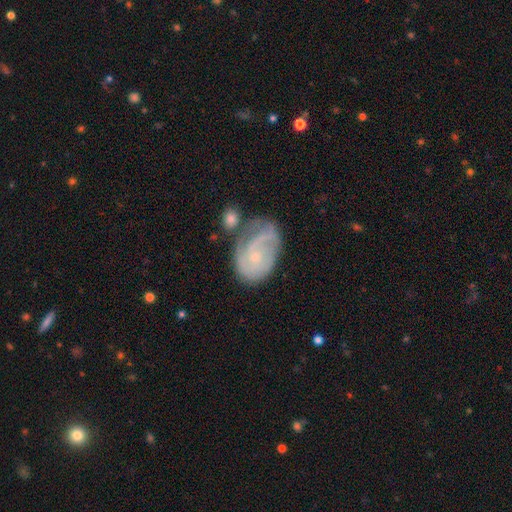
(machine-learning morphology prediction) Q: Smooth or featured?
A: featured or disk (73%); runner-up: smooth (20%)
Q: Edge-on disk?
A: no (97%); runner-up: yes (3%)
Q: Bar?
A: no (72%); runner-up: weak (24%)
Q: Spiral arms?
A: yes (87%); runner-up: no (13%)
Q: Spiral winding?
A: tight (48%); runner-up: medium (36%)
Q: Spiral arm count?
A: 2 (40%); runner-up: can't tell (32%)
Q: Bulge size?
A: small (80%); runner-up: moderate (15%)
Q: Merging?
A: none (42%); runner-up: minor disturbance (28%)